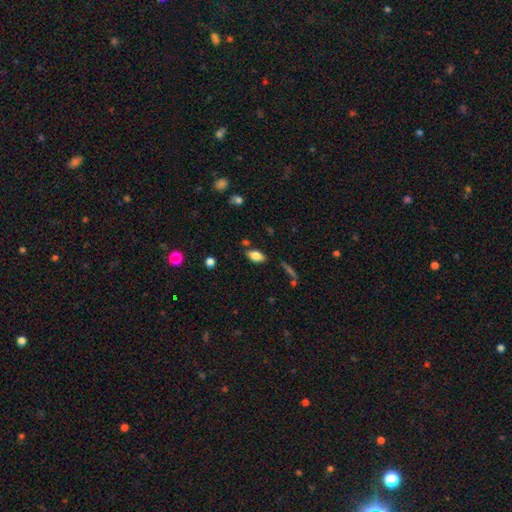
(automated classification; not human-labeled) This is clearly a smooth galaxy (80%). How rounded: clearly in between (90%). Merging: likely none (79%).